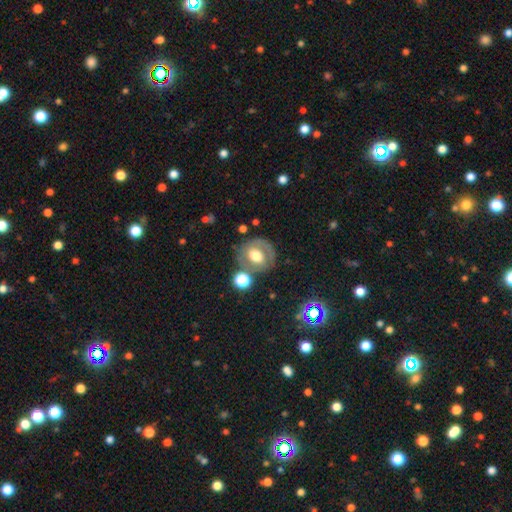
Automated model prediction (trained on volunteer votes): A smooth galaxy with no disk features (45%, tied with featured or disk). Merging: none (65%).